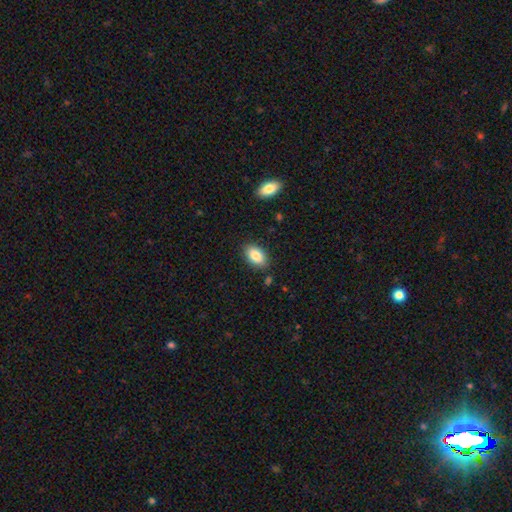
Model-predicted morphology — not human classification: Smooth or featured?
  - smooth: 85% *
  - featured or disk: 8%
  - star or artifact: 7%
How rounded?
  - in between: 92% *
  - round: 5%
  - cigar-shaped: 2%
Merging?
  - none: 85% *
  - minor disturbance: 10%
  - major disturbance: 2%
  - merger: 2%